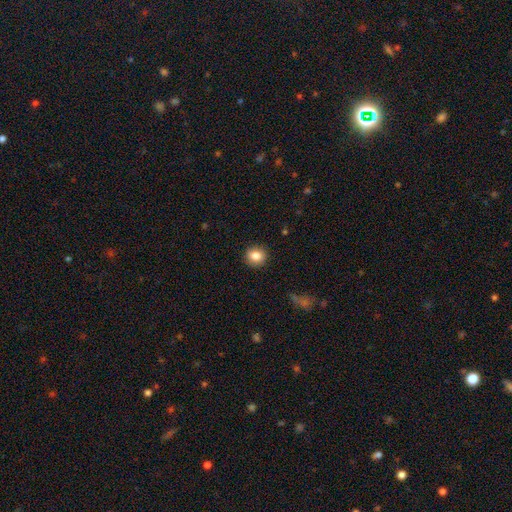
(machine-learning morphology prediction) The model was most divided on "how rounded": round: 83%, in between: 16%, cigar-shaped: 1%. More confident: merging — none (90%); smooth or featured — smooth (84%).